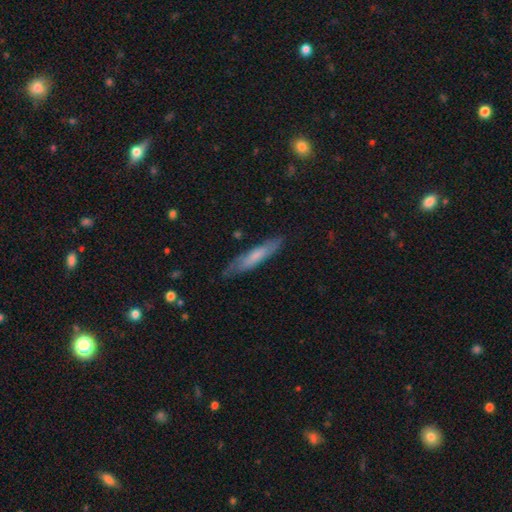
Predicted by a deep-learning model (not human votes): This appears to be a smooth galaxy with no disk features (59%) that is cigar-shaped (86%). Merging: none (78%).